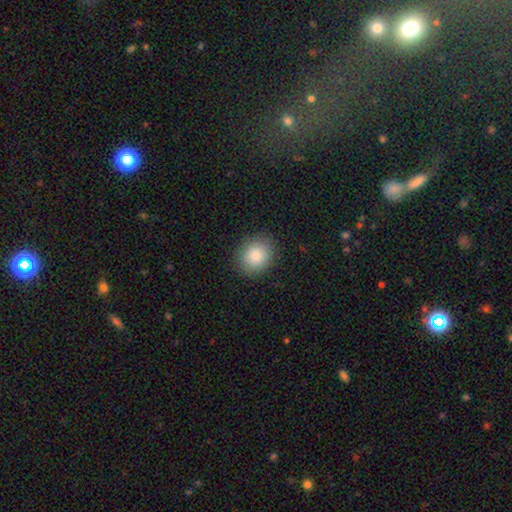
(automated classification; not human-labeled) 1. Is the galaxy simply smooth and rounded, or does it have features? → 86% smooth, 8% star or artifact, 6% featured or disk.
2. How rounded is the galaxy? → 72% round, 28% in between, 1% cigar-shaped.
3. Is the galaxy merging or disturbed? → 88% none, 8% minor disturbance, 3% major disturbance, 1% merger.